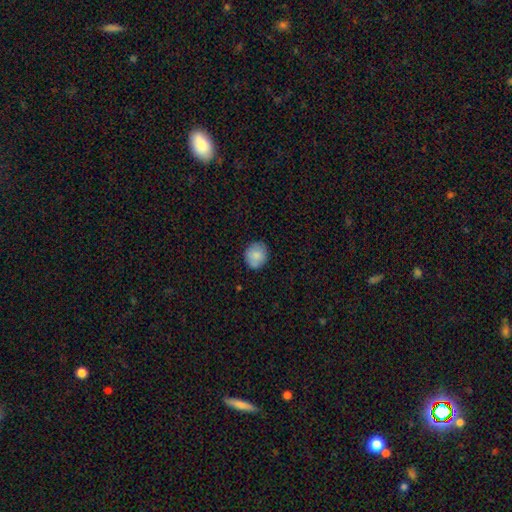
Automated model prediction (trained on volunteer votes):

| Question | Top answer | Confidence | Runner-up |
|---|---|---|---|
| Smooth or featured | smooth | 85% | star or artifact (8%) |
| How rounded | round | 77% | in between (22%) |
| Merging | none | 82% | minor disturbance (14%) |